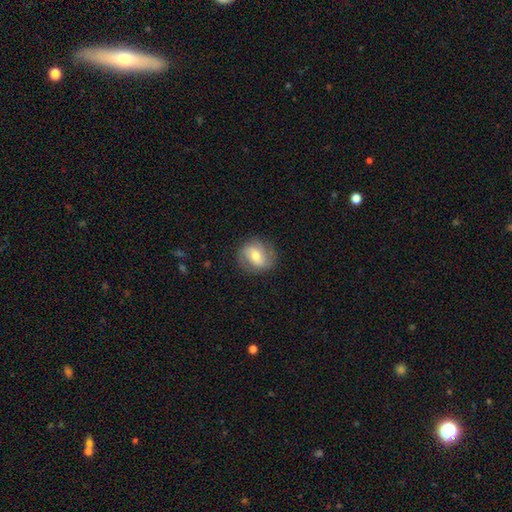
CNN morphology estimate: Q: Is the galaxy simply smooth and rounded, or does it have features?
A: featured or disk — 52%.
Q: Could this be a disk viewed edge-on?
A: no — 96%.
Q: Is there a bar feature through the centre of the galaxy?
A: weak — 46%.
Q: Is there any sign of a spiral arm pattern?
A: yes — 80%.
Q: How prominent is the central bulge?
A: moderate — 64%.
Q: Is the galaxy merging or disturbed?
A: none — 78%.